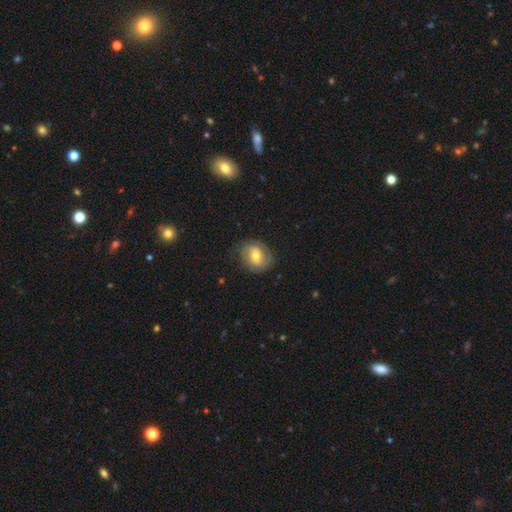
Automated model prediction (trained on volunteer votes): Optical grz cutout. It shows a smooth galaxy with no disk features (46%, tied with featured or disk). Merging: none (75%).